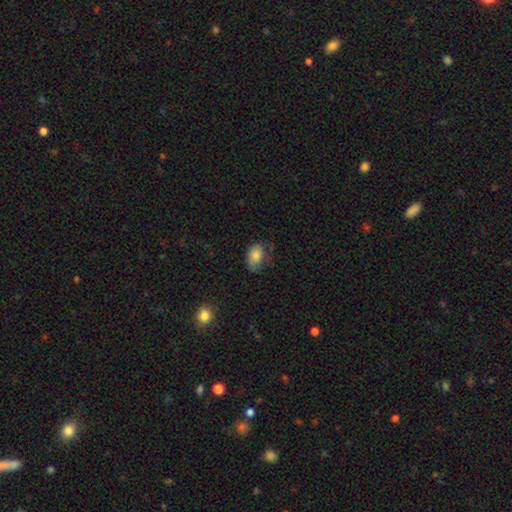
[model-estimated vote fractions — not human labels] Smooth or featured? smooth (81%)
How rounded? in between (82%)
Merging? none (51%)